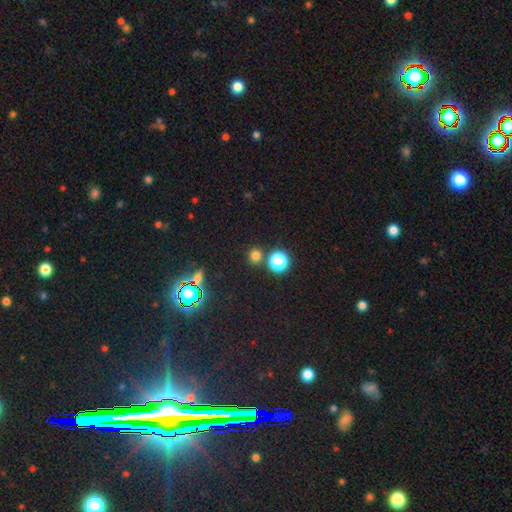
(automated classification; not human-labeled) Smooth or featured? smooth (70%)
How rounded? round (91%)
Merging? none (81%)